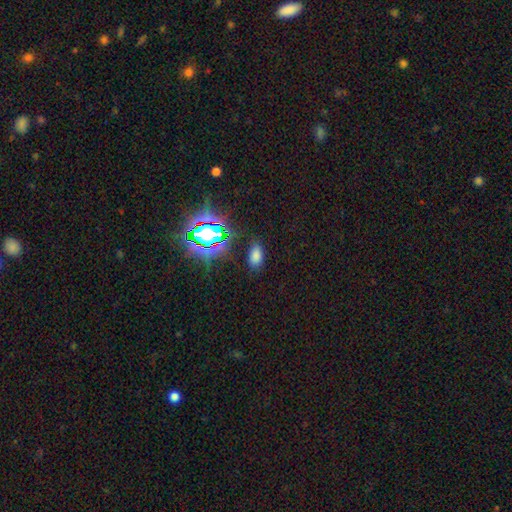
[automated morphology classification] smooth 69%, star or artifact 25%, featured or disk 7%. Down the decision tree: how rounded — in between (92%); merging — none (83%).